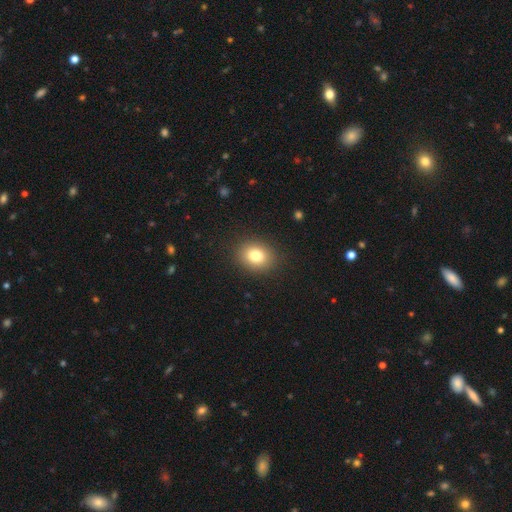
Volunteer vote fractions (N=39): A smooth galaxy with no disk features (90%) that is in between round and cigar-shaped (57%).

Vote fractions:
- Smooth or featured? smooth: 90% / featured or disk: 5% / star or artifact: 5%
- How rounded? in between: 57% / round: 40% / cigar-shaped: 3%
- Merging? none: 89% / minor disturbance: 8% / major disturbance: 3% / merger: 0%